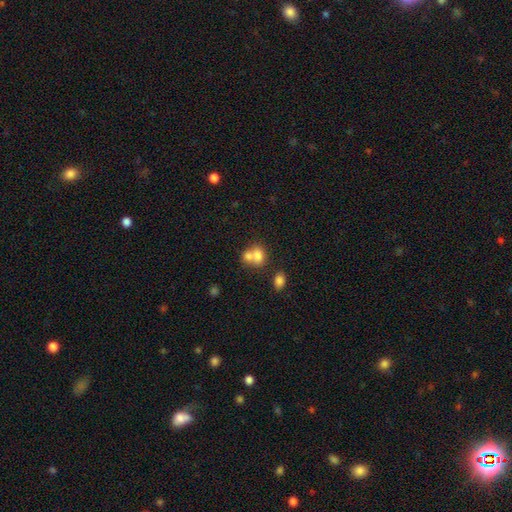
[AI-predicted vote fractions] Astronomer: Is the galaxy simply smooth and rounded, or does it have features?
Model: smooth — 74%.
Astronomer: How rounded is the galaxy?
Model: in between — 50% (runner-up: round, 49%).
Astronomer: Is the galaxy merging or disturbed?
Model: merger — 64%.